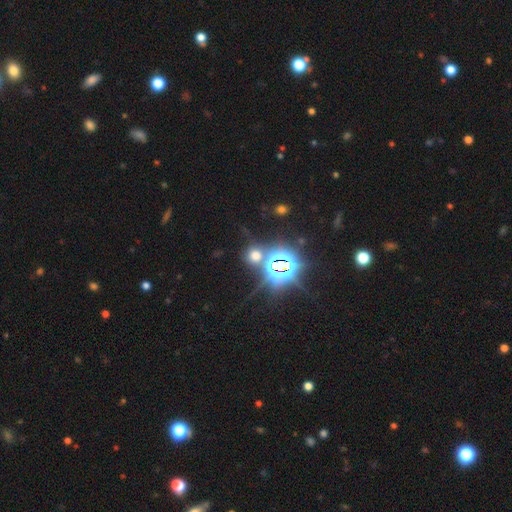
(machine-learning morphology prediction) Overall: star or artifact (52%; smooth 40%).